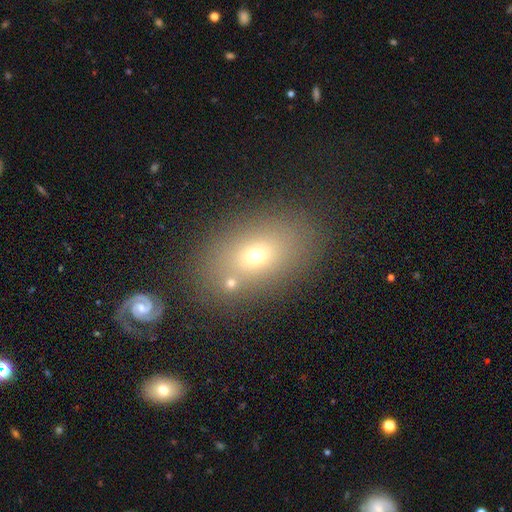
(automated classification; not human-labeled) Smooth or featured?
  - smooth: 63% *
  - featured or disk: 20%
  - star or artifact: 17%
How rounded?
  - in between: 76% *
  - round: 22%
  - cigar-shaped: 2%
Merging?
  - none: 72% *
  - merger: 12%
  - minor disturbance: 11%
  - major disturbance: 5%